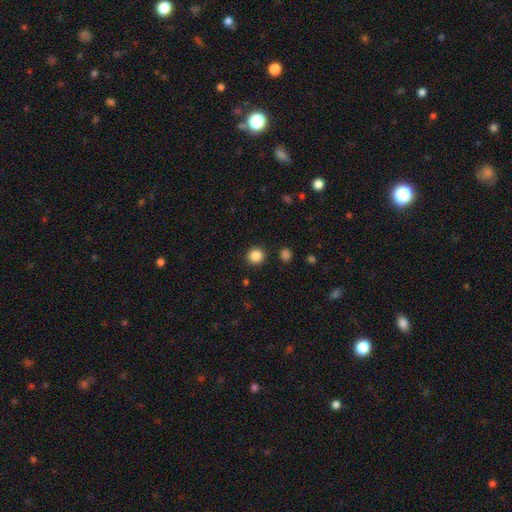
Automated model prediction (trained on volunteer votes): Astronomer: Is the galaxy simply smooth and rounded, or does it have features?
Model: smooth — 86%.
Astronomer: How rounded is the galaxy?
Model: round — 93%.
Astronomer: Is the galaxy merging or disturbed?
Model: none — 91%.